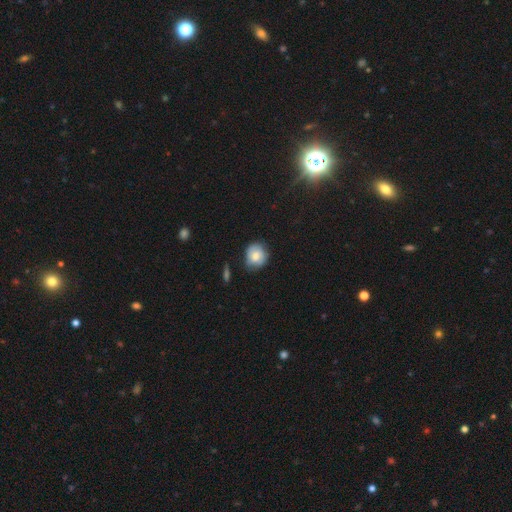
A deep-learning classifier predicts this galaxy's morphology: Smooth or featured? Predicted: smooth (p=0.70). How rounded? Predicted: round (p=0.76). Merging? Predicted: none (p=0.70).